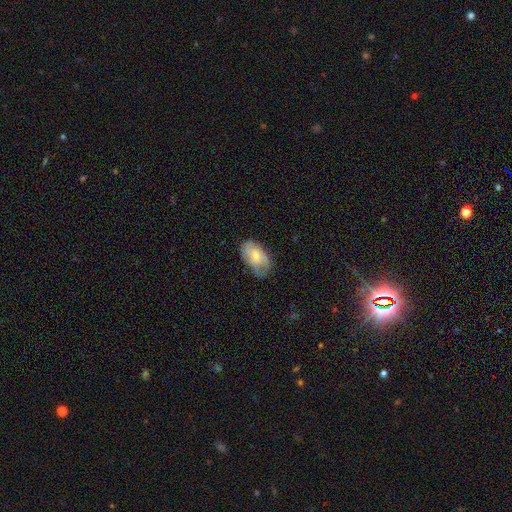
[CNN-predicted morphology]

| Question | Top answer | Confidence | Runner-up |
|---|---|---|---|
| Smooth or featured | featured or disk | 55% | smooth (38%) |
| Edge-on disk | no | 96% | yes (4%) |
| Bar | no | 60% | weak (34%) |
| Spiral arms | yes | 87% | no (13%) |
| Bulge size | small | 55% | moderate (36%) |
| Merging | none | 65% | minor disturbance (25%) |